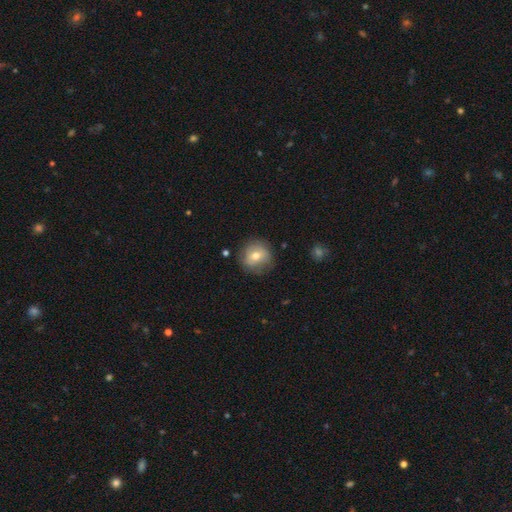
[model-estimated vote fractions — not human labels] A smooth galaxy with no disk features (65%) that is round (88%).

Vote fractions:
- Smooth or featured? smooth: 65% / featured or disk: 27% / star or artifact: 9%
- How rounded? round: 88% / in between: 11% / cigar-shaped: 1%
- Merging? none: 76% / minor disturbance: 18% / major disturbance: 5% / merger: 1%